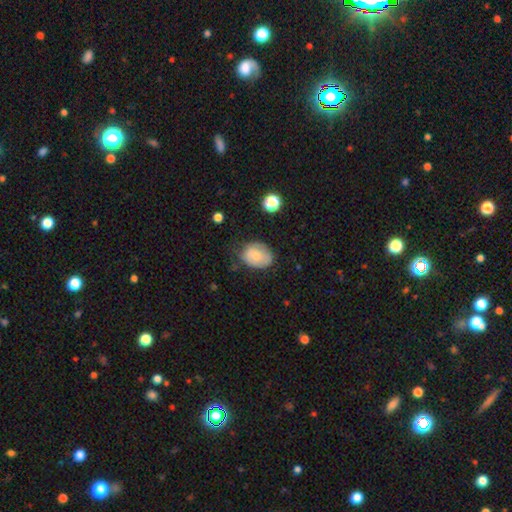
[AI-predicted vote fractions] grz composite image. It shows a smooth galaxy with no disk features (72%) that is in between round and cigar-shaped (62%). Merging: none (54%).